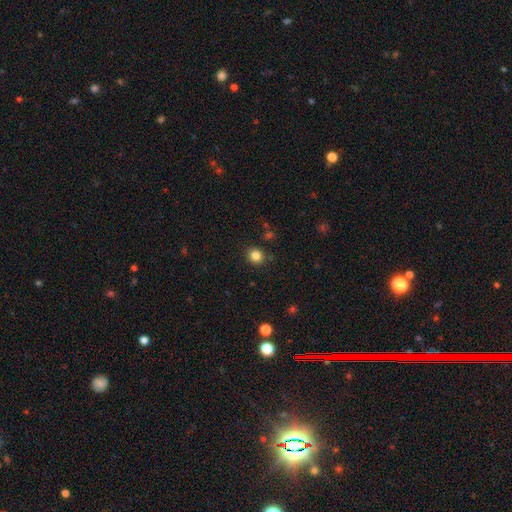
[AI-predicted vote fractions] A smooth galaxy with no disk features (83%) that is round (86%). Merging: none (86%).